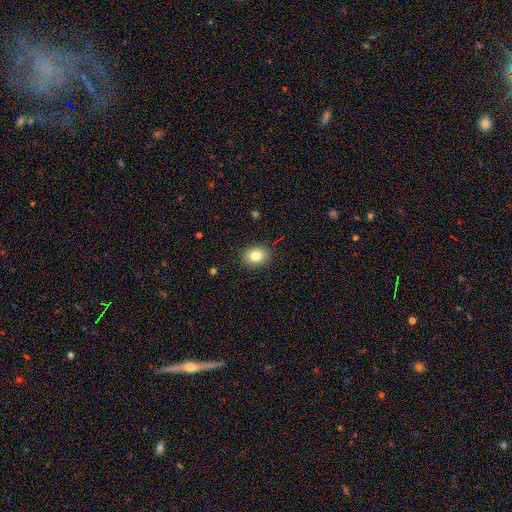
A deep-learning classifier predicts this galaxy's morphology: This appears to be a smooth galaxy with no disk features (82%) that is round (52%). Merging: none (88%).